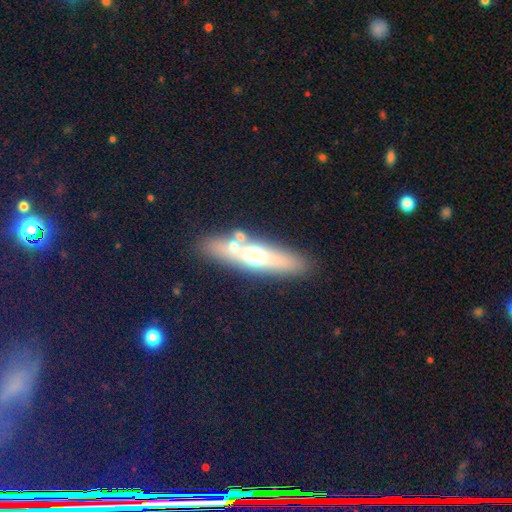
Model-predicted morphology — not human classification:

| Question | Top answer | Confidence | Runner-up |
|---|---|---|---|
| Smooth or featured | featured or disk | 47% | smooth (44%) |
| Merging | none | 75% | merger (11%) |